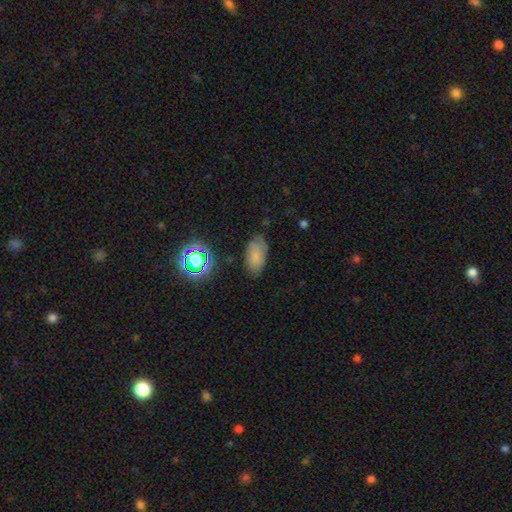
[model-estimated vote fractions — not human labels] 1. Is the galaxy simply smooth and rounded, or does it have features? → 68% smooth, 18% featured or disk, 14% star or artifact.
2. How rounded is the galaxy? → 92% in between, 5% round, 2% cigar-shaped.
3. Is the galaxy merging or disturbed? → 70% none, 22% minor disturbance, 6% major disturbance, 2% merger.